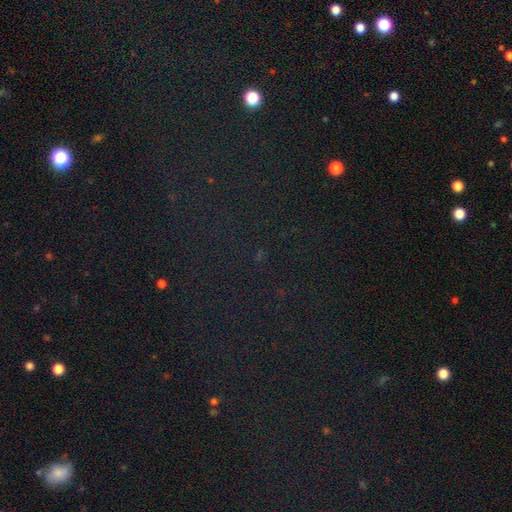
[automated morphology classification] This appears to be a star or artifact, not a galaxy (79%).